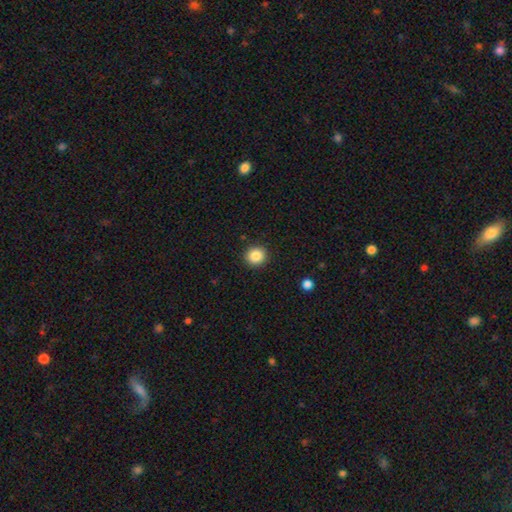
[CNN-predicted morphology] A smooth galaxy with no disk features (86%) that is round (91%).

Vote fractions:
- Smooth or featured? smooth: 86% / star or artifact: 10% / featured or disk: 4%
- How rounded? round: 91% / in between: 8% / cigar-shaped: 1%
- Merging? none: 91% / minor disturbance: 6% / major disturbance: 2% / merger: 1%